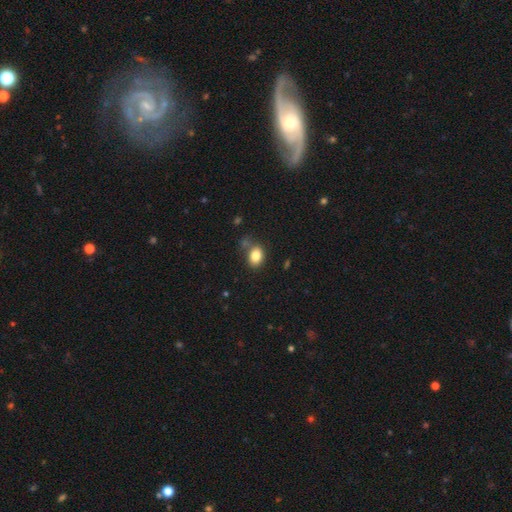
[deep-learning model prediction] smooth 84%, star or artifact 9%, featured or disk 7%. Down the decision tree: how rounded — in between (71%); merging — none (70%).